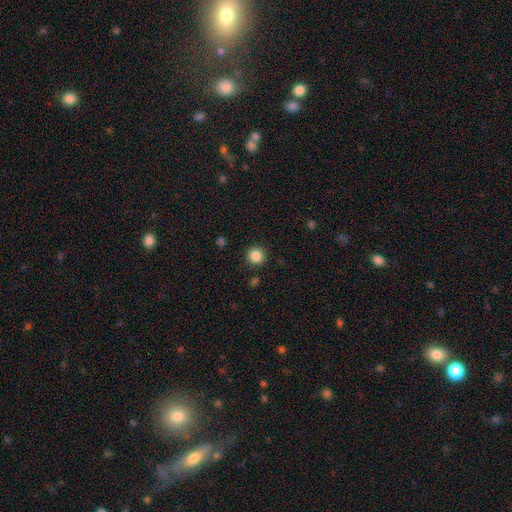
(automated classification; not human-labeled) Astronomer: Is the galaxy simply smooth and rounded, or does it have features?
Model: smooth — 85%.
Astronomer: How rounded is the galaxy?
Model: round — 94%.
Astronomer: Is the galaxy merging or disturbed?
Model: none — 91%.